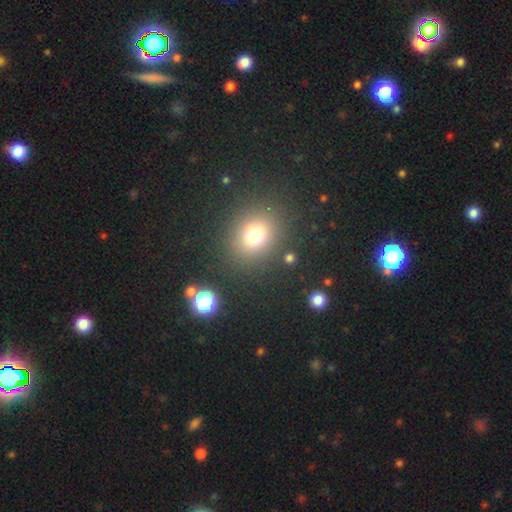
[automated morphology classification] A smooth galaxy with no disk features (68%) that is round (65%).

Vote fractions:
- Smooth or featured? smooth: 68% / star or artifact: 24% / featured or disk: 8%
- How rounded? round: 65% / in between: 34% / cigar-shaped: 1%
- Merging? none: 87% / minor disturbance: 7% / merger: 3% / major disturbance: 3%